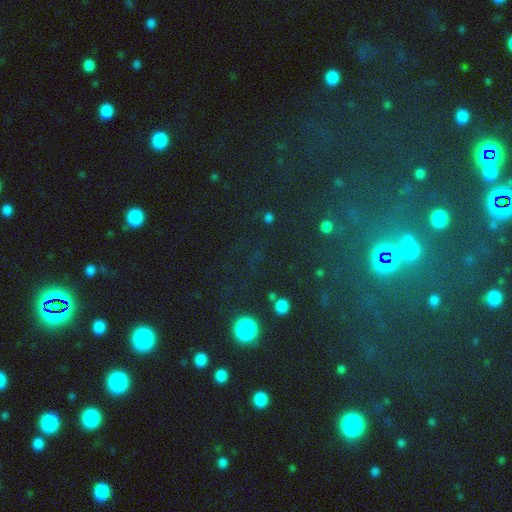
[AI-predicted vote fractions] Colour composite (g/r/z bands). It shows a star or artifact, not a galaxy (64%).